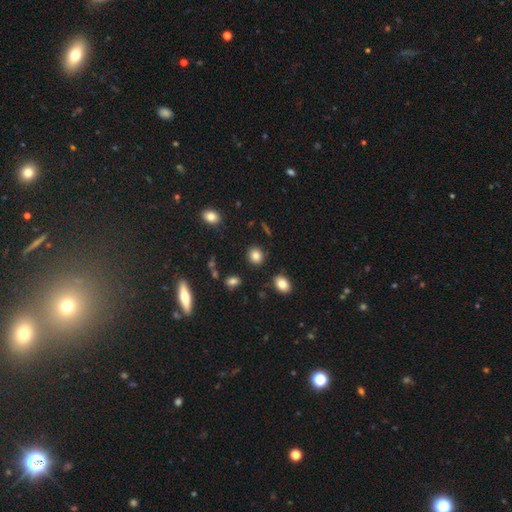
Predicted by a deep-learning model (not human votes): smooth_or_featured: smooth (p=0.84) [alt: star or artifact p=0.10]
how_rounded: round (p=0.78) [alt: in between p=0.21]
merging: none (p=0.88) [alt: minor disturbance p=0.07]